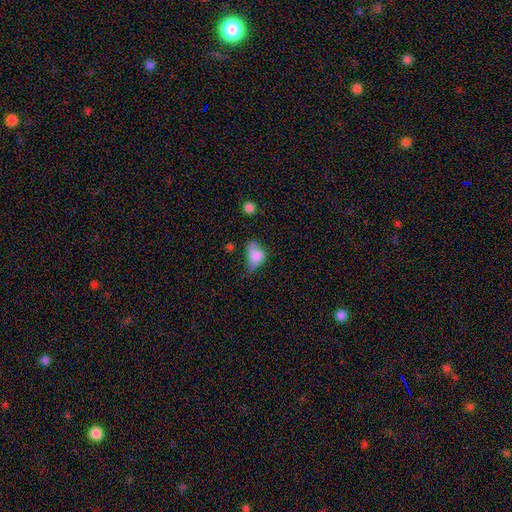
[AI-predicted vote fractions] The model was most divided on "merging": minor disturbance: 40%, major disturbance: 29%, none: 24%, merger: 7%. More confident: how rounded — in between (79%); smooth or featured — smooth (75%).